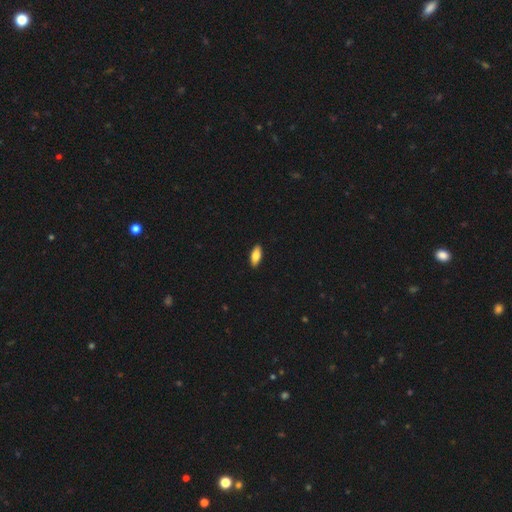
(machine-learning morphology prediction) type=smooth (83%); roundness=in between (85%); merging=none (90%).